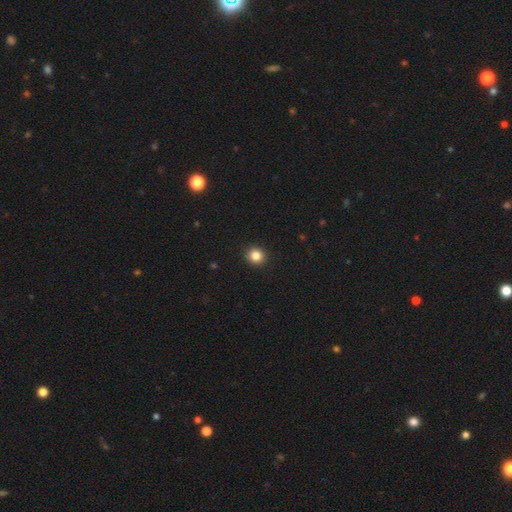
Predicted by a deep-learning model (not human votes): This appears to be a smooth galaxy with no disk features (84%) that is round (90%). Merging: none (93%).